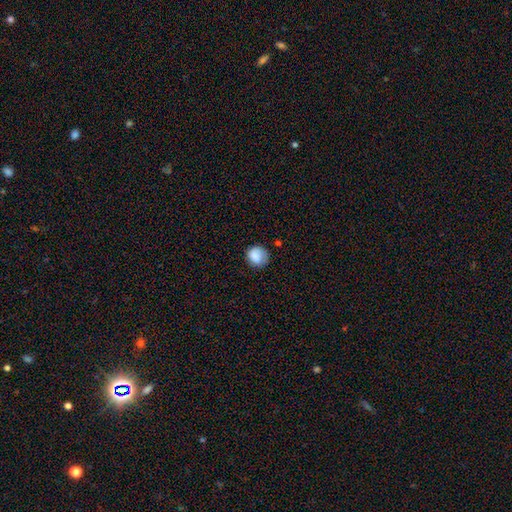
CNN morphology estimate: smooth_or_featured: smooth (p=0.80) [alt: featured or disk p=0.13]
how_rounded: round (p=0.82) [alt: in between p=0.17]
merging: none (p=0.71) [alt: minor disturbance p=0.20]